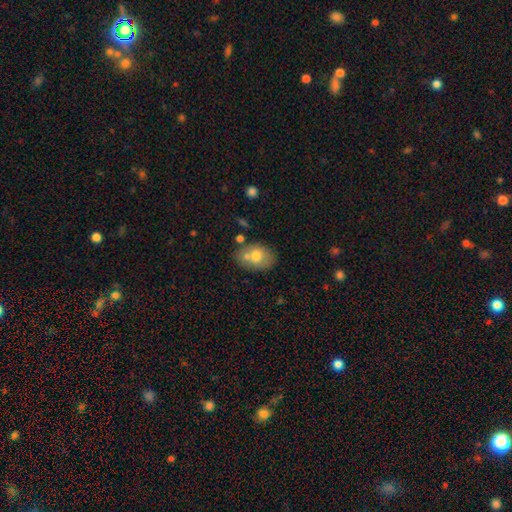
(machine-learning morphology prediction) This is likely a smooth galaxy (69%). How rounded: likely in between (77%). Merging: possibly none (58%).